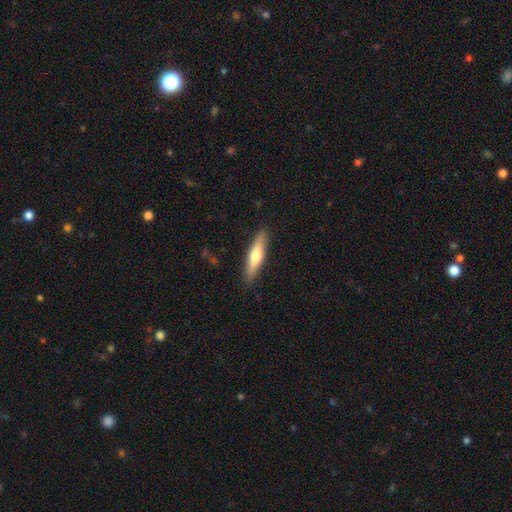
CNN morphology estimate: smooth-or-featured: smooth: 54% | featured or disk: 40% | star or artifact: 5%
  how-rounded: cigar-shaped: 81% | in between: 17% | round: 2%
  merging: none: 89% | minor disturbance: 8% | major disturbance: 2% | merger: 1%